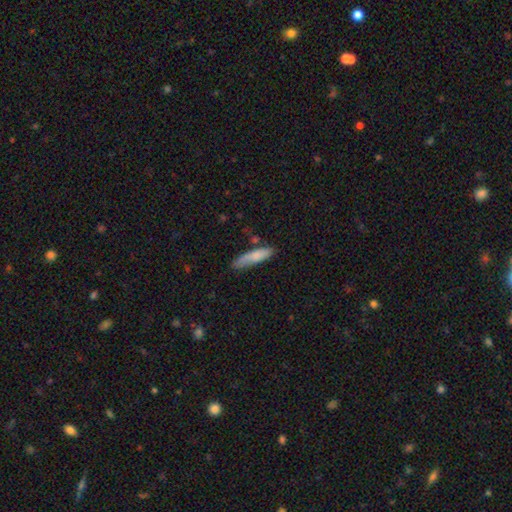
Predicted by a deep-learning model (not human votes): Smooth or featured: smooth — 78% (featured or disk — 16%)
How rounded: cigar-shaped — 73% (in between — 25%)
Merging: none — 63% (minor disturbance — 25%)